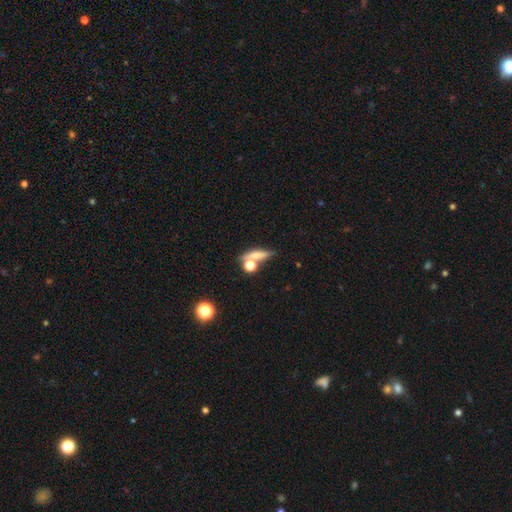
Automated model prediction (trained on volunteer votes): This is likely a smooth galaxy (68%). How rounded: possibly cigar-shaped (52%). Merging: possibly none (56%).